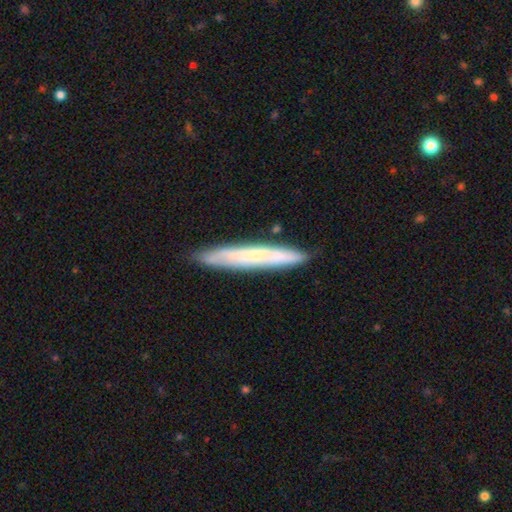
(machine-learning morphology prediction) Smooth or featured: featured or disk — 48% (smooth — 46%)
Merging: none — 85% (minor disturbance — 11%)